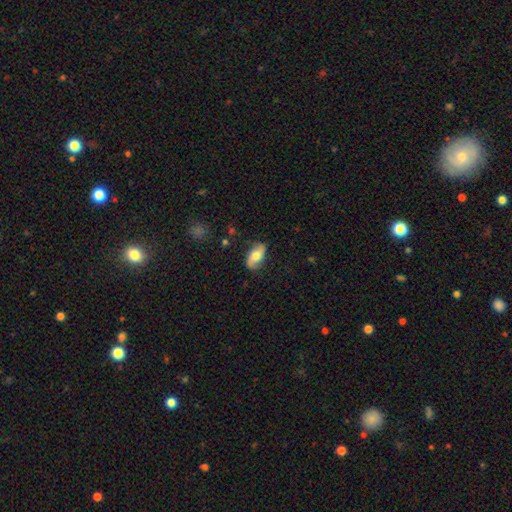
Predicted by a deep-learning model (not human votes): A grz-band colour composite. It shows a smooth galaxy with no disk features (52%) that is in between round and cigar-shaped (89%). Merging: none (78%).